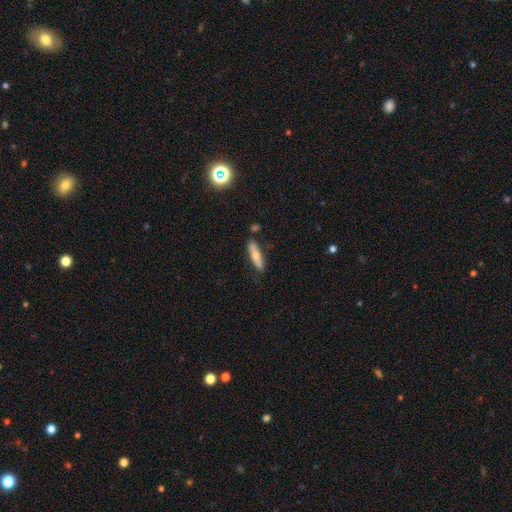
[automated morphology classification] smooth-or-featured: smooth: 62% | featured or disk: 32% | star or artifact: 6%
  how-rounded: cigar-shaped: 75% | in between: 24% | round: 2%
  merging: none: 80% | minor disturbance: 13% | merger: 4% | major disturbance: 3%